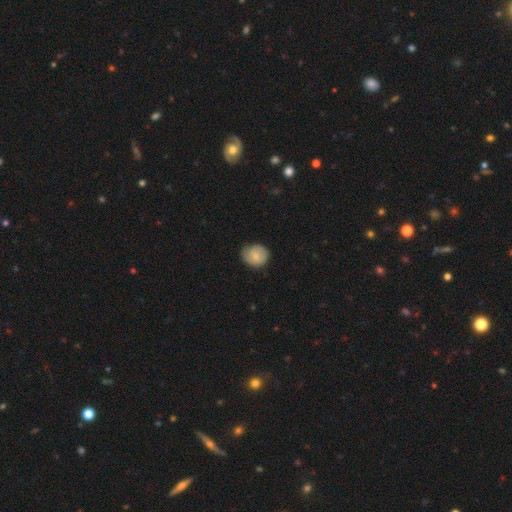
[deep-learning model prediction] Smooth or featured? Predicted: smooth (p=0.75). How rounded? Predicted: round (p=0.70). Merging? Predicted: none (p=0.71).